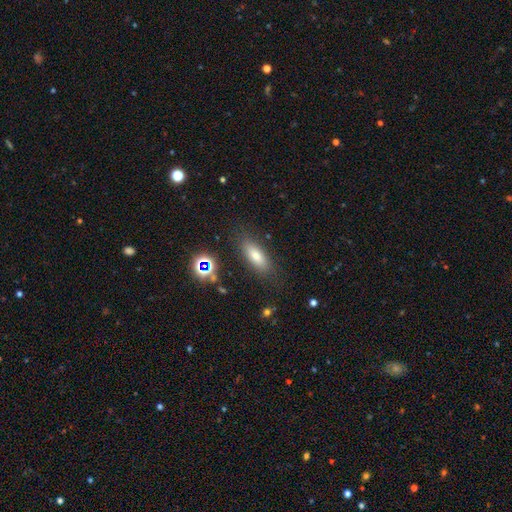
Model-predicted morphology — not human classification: smooth_or_featured: smooth (p=0.68) [alt: featured or disk p=0.17]
how_rounded: in between (p=0.61) [alt: cigar-shaped p=0.35]
merging: none (p=0.83) [alt: minor disturbance p=0.11]